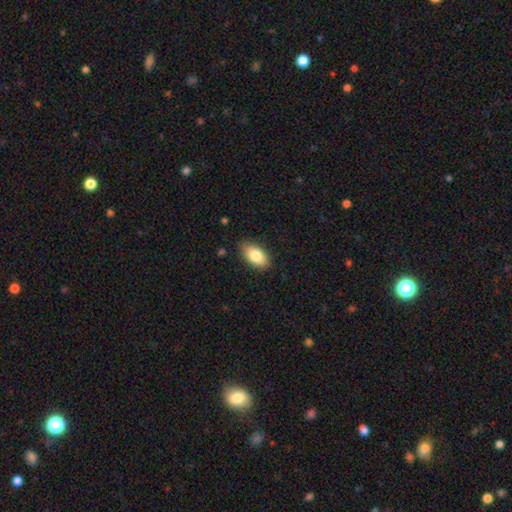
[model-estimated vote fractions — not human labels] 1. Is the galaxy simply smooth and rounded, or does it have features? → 83% smooth, 10% featured or disk, 7% star or artifact.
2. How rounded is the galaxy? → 93% in between, 4% round, 3% cigar-shaped.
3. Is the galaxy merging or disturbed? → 85% none, 12% minor disturbance, 2% major disturbance, 1% merger.